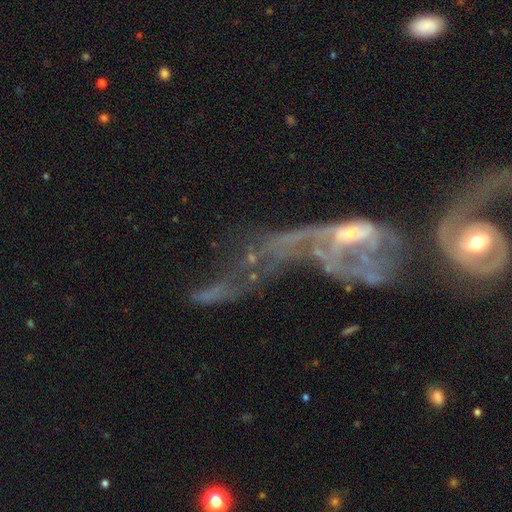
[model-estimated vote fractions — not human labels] smooth-or-featured: featured or disk: 68% | smooth: 16% | star or artifact: 16%
  disk-edge-on: no: 86% | yes: 14%
    bar: no: 66% | weak: 23% | strong: 11%
    has-spiral-arms: yes: 53% | no: 47%
    bulge-size: moderate: 38% | small: 35% | none: 18% | large: 5% | dominant: 3%
  merging: merger: 58% | major disturbance: 27% | none: 9% | minor disturbance: 6%